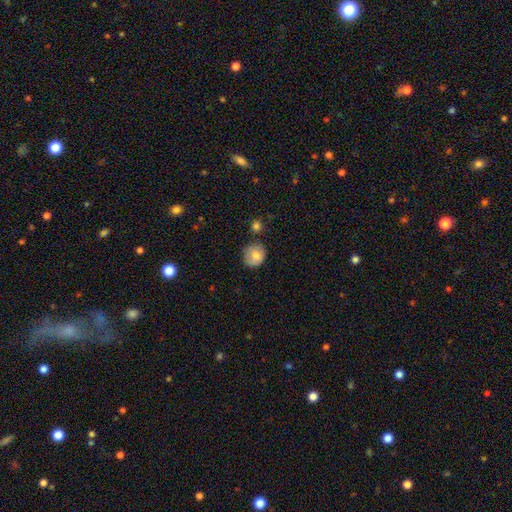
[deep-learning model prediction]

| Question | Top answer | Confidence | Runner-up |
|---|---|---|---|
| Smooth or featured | smooth | 79% | featured or disk (13%) |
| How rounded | round | 84% | in between (15%) |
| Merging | none | 69% | minor disturbance (22%) |